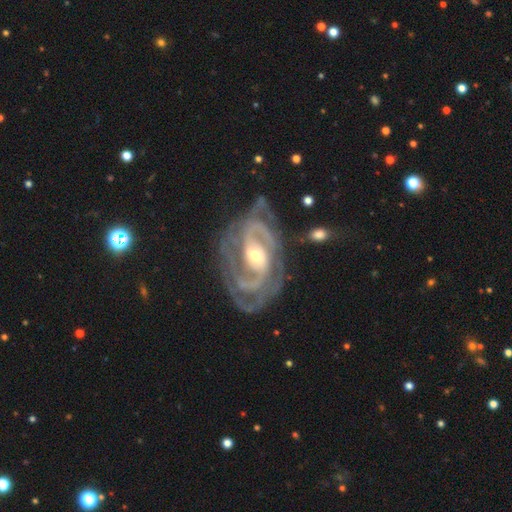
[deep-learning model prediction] A featured or disk galaxy (92%) with a weak bar (43%), 2 (42%) tight (52%) spiral arms (98%) and a moderate central bulge (61%).

Vote fractions:
- Smooth or featured? featured or disk: 92% / star or artifact: 4% / smooth: 4%
- Edge-on disk? no: 97% / yes: 3%
- Bar? weak: 43% / no: 31% / strong: 26%
- Spiral arms? yes: 98% / no: 2%
- Spiral winding? tight: 52% / medium: 40% / loose: 8%
- Spiral arm count? 2: 42% / 3: 24% / can't tell: 14% / 4: 8% / 1: 6% / more than 4: 6%
- Bulge size? moderate: 61% / small: 31% / large: 6% / none: 1% / dominant: 1%
- Merging? none: 62% / minor disturbance: 21% / major disturbance: 14% / merger: 3%